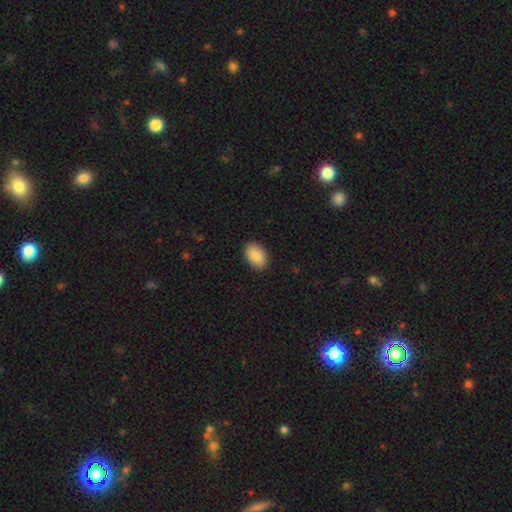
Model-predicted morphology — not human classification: Overall: smooth (89%). How rounded: in between (90%). Merging: none (89%).